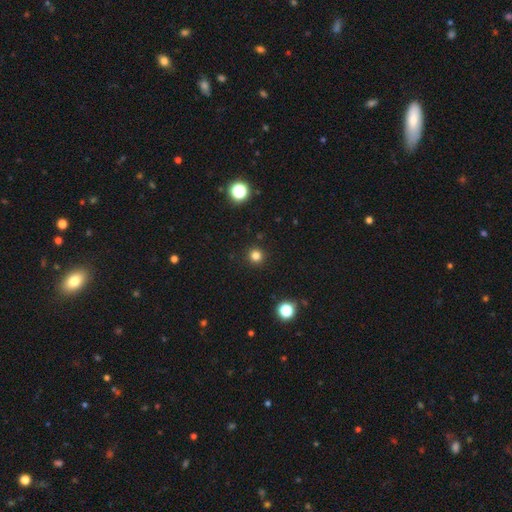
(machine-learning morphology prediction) This is clearly a smooth galaxy (81%). How rounded: clearly round (95%). Merging: clearly none (93%).